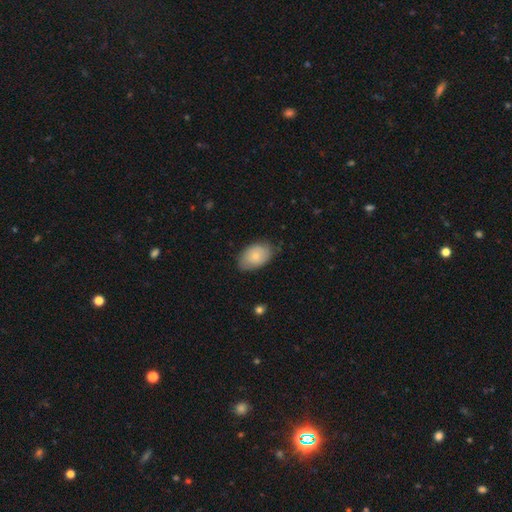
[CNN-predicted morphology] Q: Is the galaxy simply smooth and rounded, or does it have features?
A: smooth — 75%.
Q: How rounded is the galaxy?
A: in between — 89%.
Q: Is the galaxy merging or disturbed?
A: none — 73%.